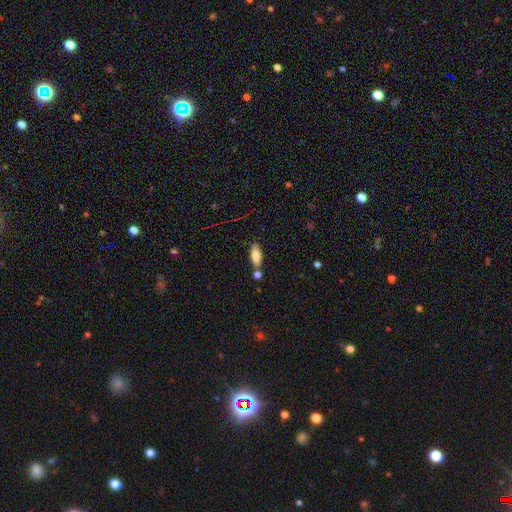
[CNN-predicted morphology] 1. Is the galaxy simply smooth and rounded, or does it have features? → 81% smooth, 12% featured or disk, 7% star or artifact.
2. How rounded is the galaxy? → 75% in between, 23% cigar-shaped, 2% round.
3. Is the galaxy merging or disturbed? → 69% none, 16% merger, 12% minor disturbance, 3% major disturbance.